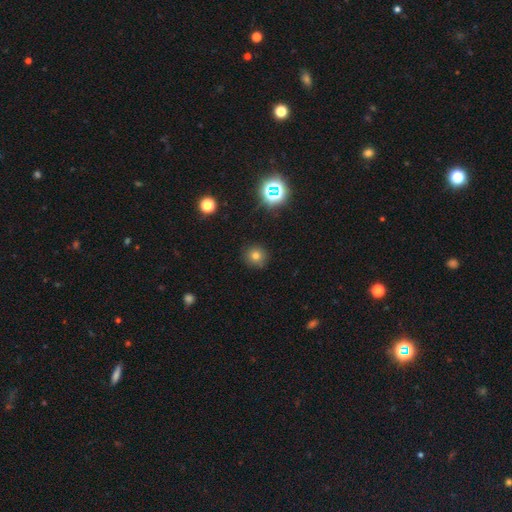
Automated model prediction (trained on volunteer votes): smooth 72%, star or artifact 20%, featured or disk 8%. Down the decision tree: how rounded — round (93%); merging — none (88%).